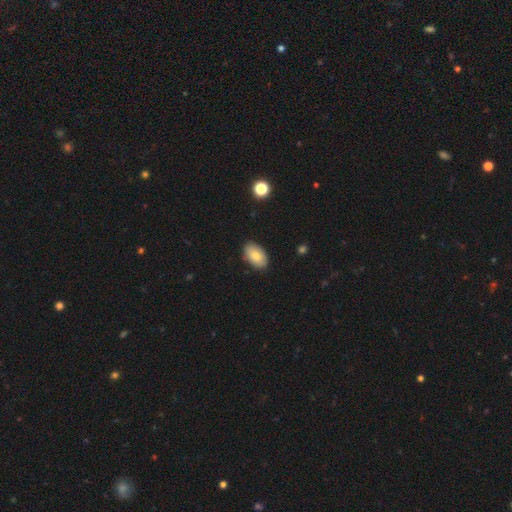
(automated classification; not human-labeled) Q: Smooth or featured?
A: smooth (80%); runner-up: featured or disk (13%)
Q: How rounded?
A: in between (94%); runner-up: round (5%)
Q: Merging?
A: none (86%); runner-up: minor disturbance (10%)